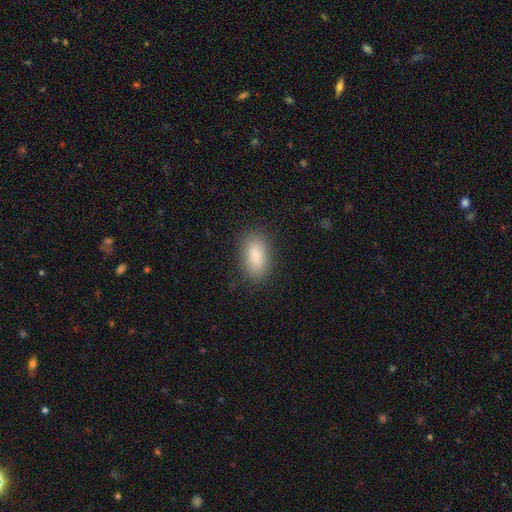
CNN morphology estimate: type=smooth (86%); roundness=in between (87%); merging=none (86%).